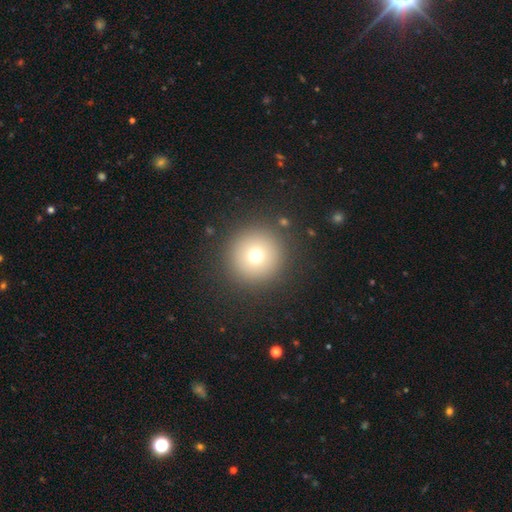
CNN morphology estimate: This appears to be a smooth galaxy with no disk features (72%) that is round (96%). Merging: none (90%).